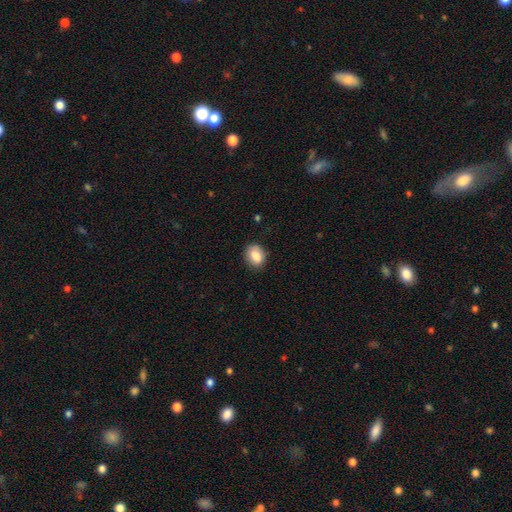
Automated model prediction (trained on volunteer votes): A smooth galaxy with no disk features (85%) that is in between round and cigar-shaped (61%).

Vote fractions:
- Smooth or featured? smooth: 85% / star or artifact: 8% / featured or disk: 7%
- How rounded? in between: 61% / round: 38% / cigar-shaped: 1%
- Merging? none: 81% / minor disturbance: 14% / major disturbance: 3% / merger: 1%